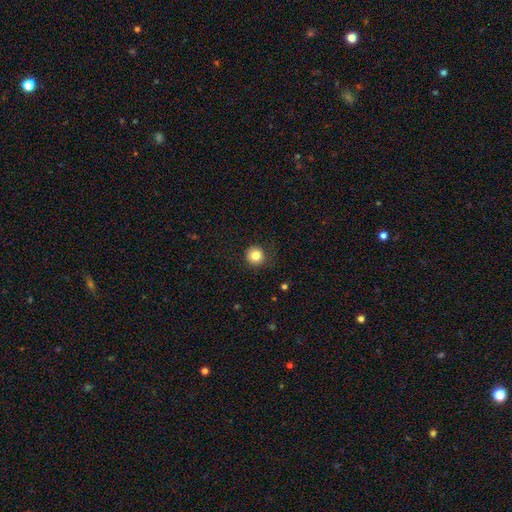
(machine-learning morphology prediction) A smooth galaxy with no disk features (82%) that is round (94%).

Vote fractions:
- Smooth or featured? smooth: 82% / star or artifact: 11% / featured or disk: 7%
- How rounded? round: 94% / in between: 5% / cigar-shaped: 1%
- Merging? none: 85% / minor disturbance: 10% / major disturbance: 3% / merger: 1%